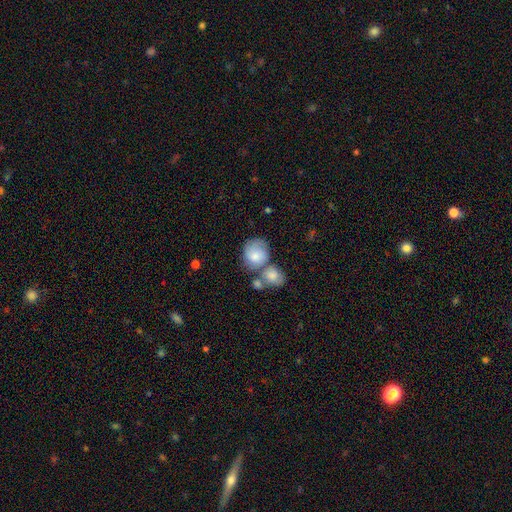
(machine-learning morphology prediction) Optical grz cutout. It shows a smooth galaxy with no disk features (71%) that is round (67%). Merging: merger (39%).